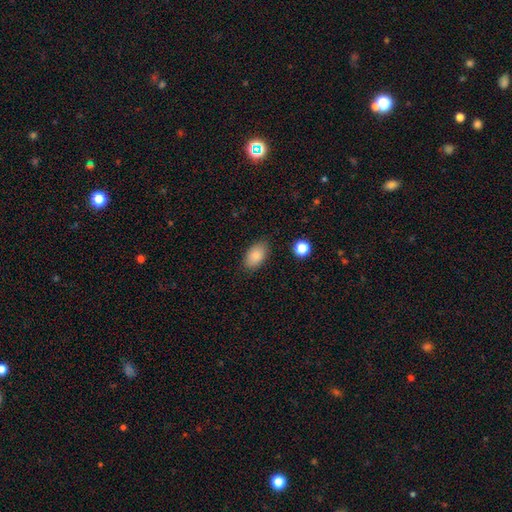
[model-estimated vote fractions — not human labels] A smooth galaxy with no disk features (83%) that is in between round and cigar-shaped (92%).

Vote fractions:
- Smooth or featured? smooth: 83% / featured or disk: 9% / star or artifact: 8%
- How rounded? in between: 92% / round: 6% / cigar-shaped: 2%
- Merging? none: 84% / minor disturbance: 12% / major disturbance: 3% / merger: 1%